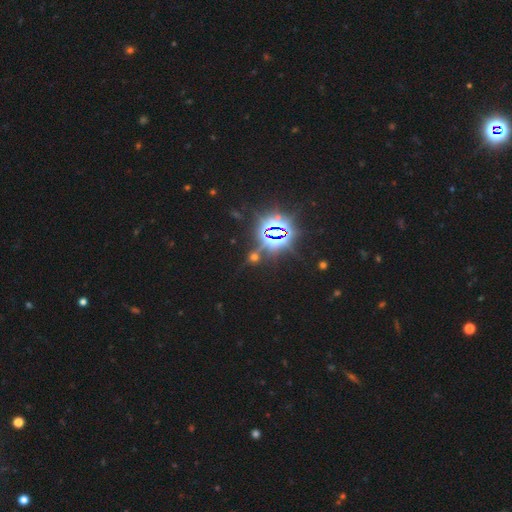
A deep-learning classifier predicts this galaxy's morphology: This is clearly a star or artifact rather than a galaxy (80%).